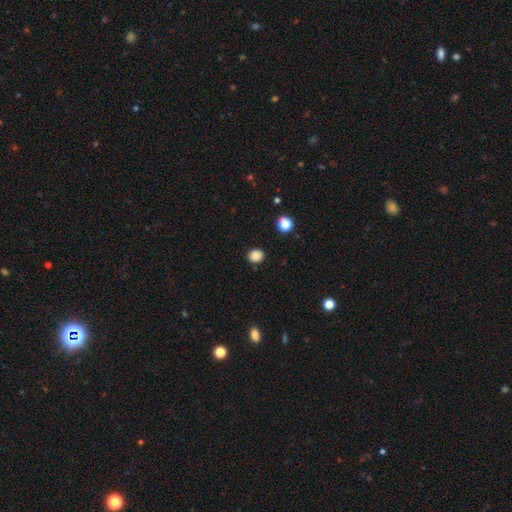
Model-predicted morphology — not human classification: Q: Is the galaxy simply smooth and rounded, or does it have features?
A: smooth — 86%.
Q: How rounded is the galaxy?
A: round — 73%.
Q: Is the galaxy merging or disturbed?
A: none — 89%.